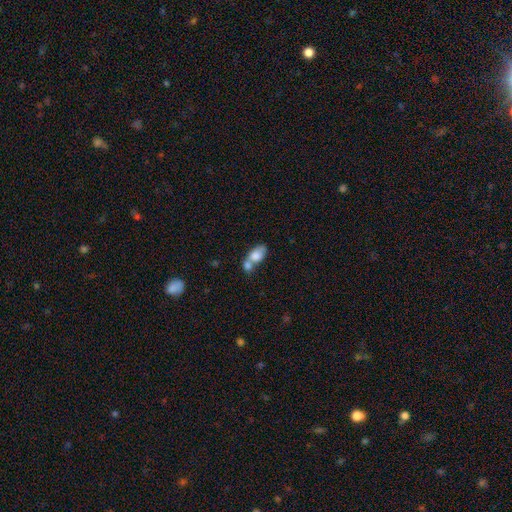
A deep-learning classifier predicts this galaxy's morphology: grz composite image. It shows a smooth galaxy with no disk features (76%) that is in between round and cigar-shaped (84%). Merging: merger (65%).